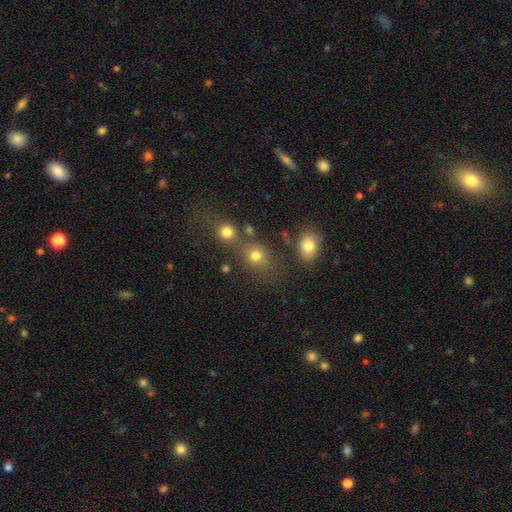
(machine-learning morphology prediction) The model was most divided on "how rounded": round: 66%, in between: 33%, cigar-shaped: 1%. More confident: smooth or featured — smooth (75%); merging — none (59%).